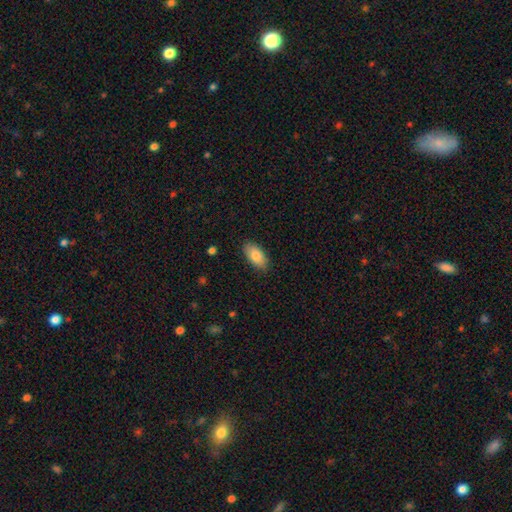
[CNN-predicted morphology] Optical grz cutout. It shows a smooth galaxy with no disk features (84%) that is in between round and cigar-shaped (93%). Merging: none (87%).